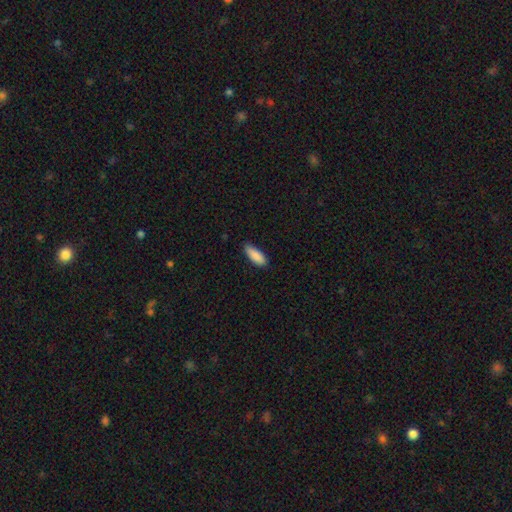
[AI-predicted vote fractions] Smooth or featured?
  - smooth: 89% *
  - star or artifact: 6%
  - featured or disk: 5%
How rounded?
  - in between: 71% *
  - cigar-shaped: 27%
  - round: 2%
Merging?
  - none: 79% *
  - minor disturbance: 17%
  - major disturbance: 2%
  - merger: 1%